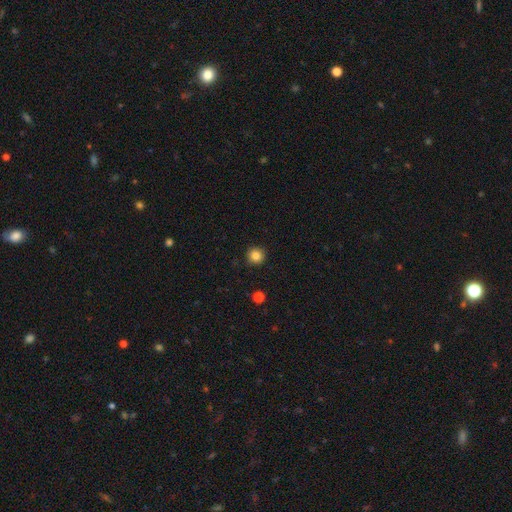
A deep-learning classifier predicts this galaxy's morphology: The model was most divided on "smooth or featured": smooth: 85%, star or artifact: 11%, featured or disk: 4%. More confident: how rounded — round (95%); merging — none (92%).